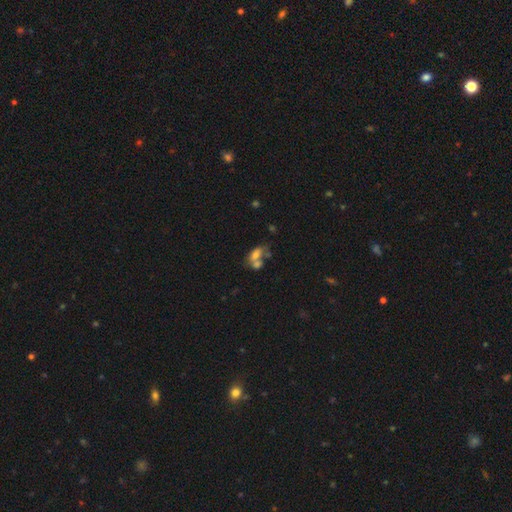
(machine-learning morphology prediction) type=smooth (64%); roundness=in between (84%); merging=merger (55%).